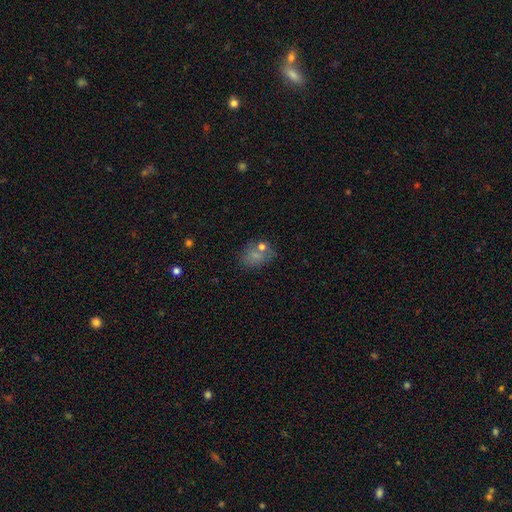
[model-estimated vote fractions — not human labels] Morphology: type=smooth (67%); roundness=in between (65%); merging=none (58%).